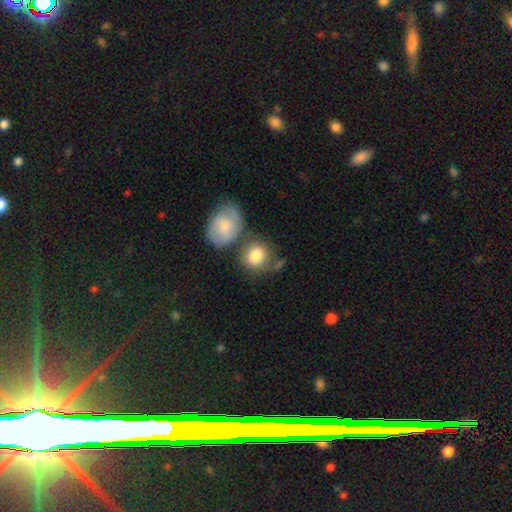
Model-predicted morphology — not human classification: A smooth galaxy with no disk features (82%) that is round (69%). Merging: none (55%).